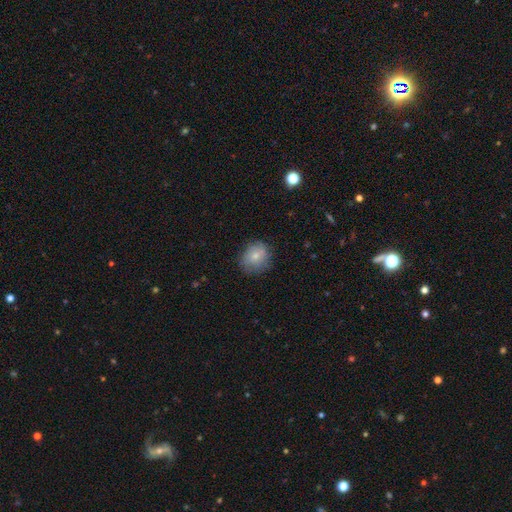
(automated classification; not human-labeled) This is likely a smooth galaxy (75%). How rounded: likely round (72%). Merging: likely none (73%).